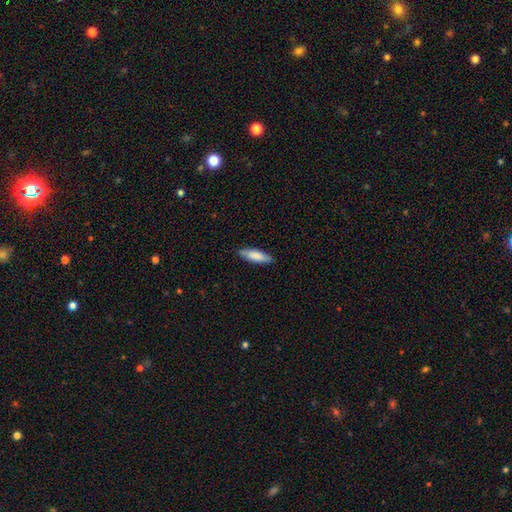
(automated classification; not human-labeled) This is clearly a smooth galaxy (81%). How rounded: possibly cigar-shaped (60%). Merging: clearly none (86%).